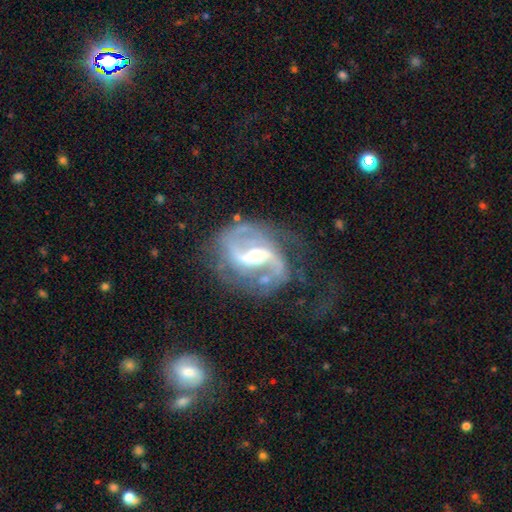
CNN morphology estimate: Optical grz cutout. It shows a featured or disk galaxy (91%) with a weak bar (42%), 2 (89%) medium (49%) spiral arms (97%) and a moderate central bulge (57%). Merging: none (57%).